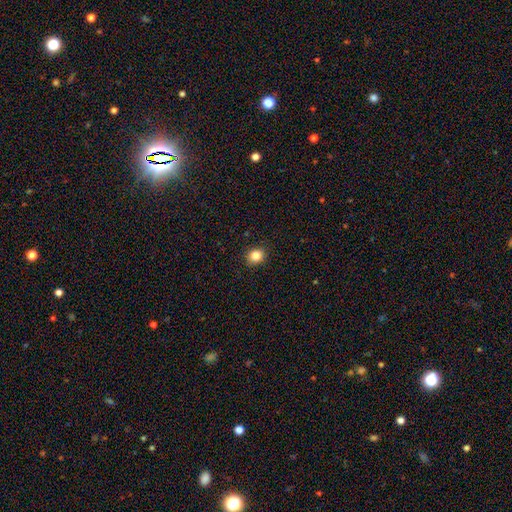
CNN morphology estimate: smooth 84%, star or artifact 11%, featured or disk 5%. Down the decision tree: how rounded — round (67%); merging — none (90%).